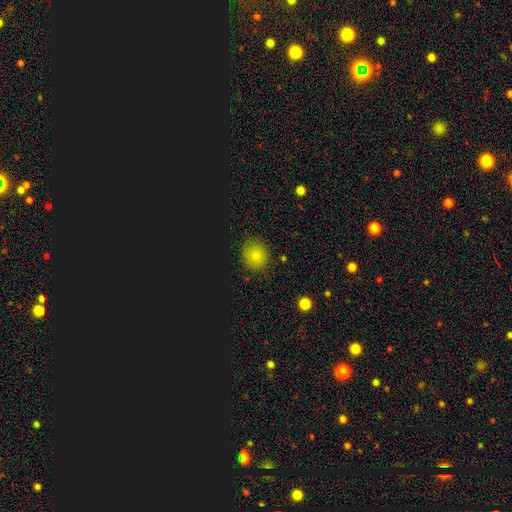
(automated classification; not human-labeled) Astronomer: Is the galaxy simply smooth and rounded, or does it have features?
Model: smooth — 76%.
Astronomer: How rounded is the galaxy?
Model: round — 82%.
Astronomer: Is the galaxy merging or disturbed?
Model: none — 84%.